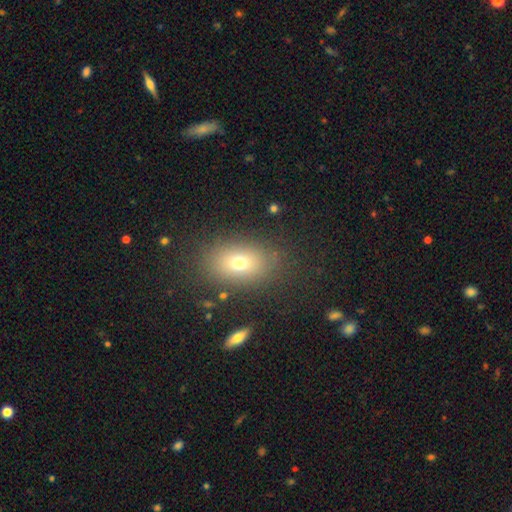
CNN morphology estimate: smooth_or_featured: smooth (p=0.68) [alt: star or artifact p=0.19]
how_rounded: in between (p=0.81) [alt: round p=0.16]
merging: none (p=0.85) [alt: minor disturbance p=0.09]